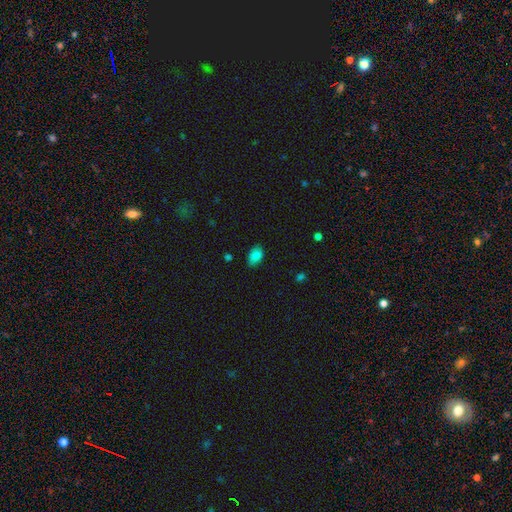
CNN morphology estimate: smooth_or_featured: smooth (p=0.85) [alt: star or artifact p=0.09]
how_rounded: in between (p=0.88) [alt: round p=0.10]
merging: none (p=0.79) [alt: minor disturbance p=0.16]